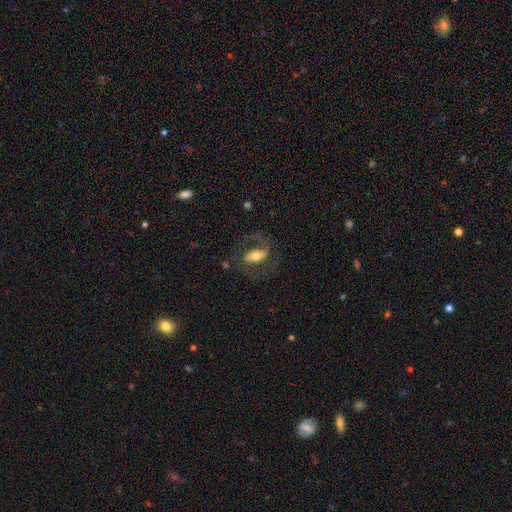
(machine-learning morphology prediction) This appears to be a featured or disk galaxy (69%) with a strong bar (53%), spiral arms (79%) and a moderate central bulge (62%). Merging: none (66%).